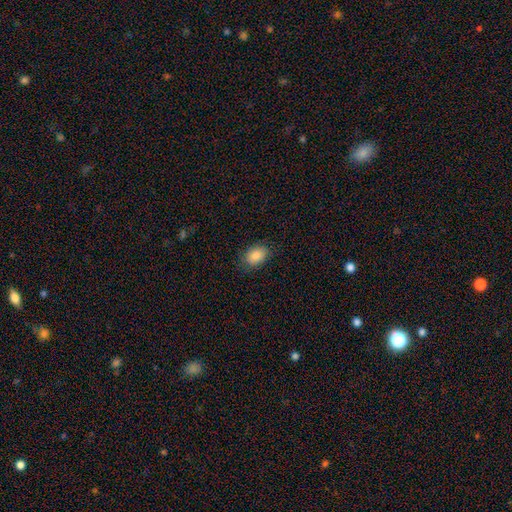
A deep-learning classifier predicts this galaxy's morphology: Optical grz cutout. It shows a smooth galaxy with no disk features (87%) that is in between round and cigar-shaped (79%). Merging: none (83%).